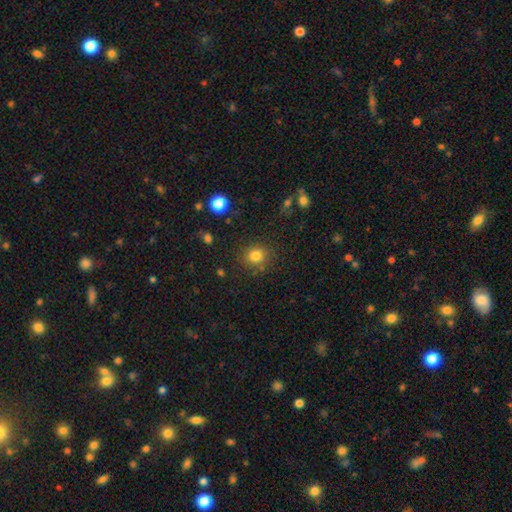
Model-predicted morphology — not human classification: smooth_or_featured: smooth (p=0.81) [alt: star or artifact p=0.13]
how_rounded: round (p=0.77) [alt: in between p=0.22]
merging: none (p=0.82) [alt: minor disturbance p=0.11]